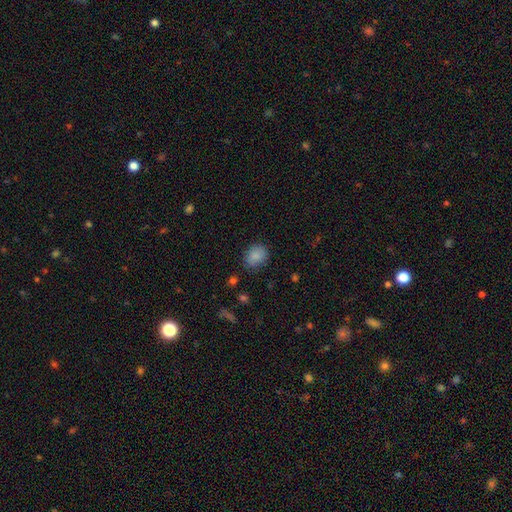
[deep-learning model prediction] The model was most divided on "how rounded": in between: 59%, round: 40%, cigar-shaped: 1%. More confident: smooth or featured — smooth (86%); merging — none (81%).